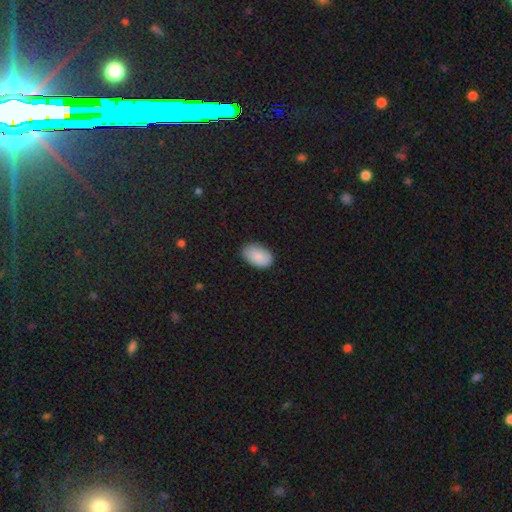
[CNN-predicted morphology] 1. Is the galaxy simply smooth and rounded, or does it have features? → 88% smooth, 6% star or artifact, 6% featured or disk.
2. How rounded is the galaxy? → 92% in between, 7% round, 1% cigar-shaped.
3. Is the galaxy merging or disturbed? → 83% none, 14% minor disturbance, 2% major disturbance, 1% merger.